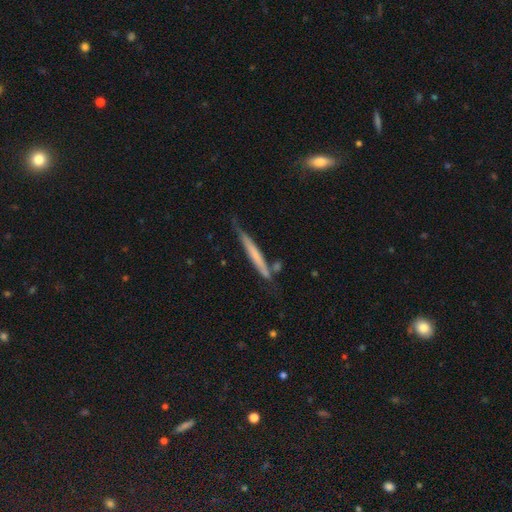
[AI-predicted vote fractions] Smooth or featured? smooth (51%)
How rounded? cigar-shaped (96%)
Merging? none (69%)